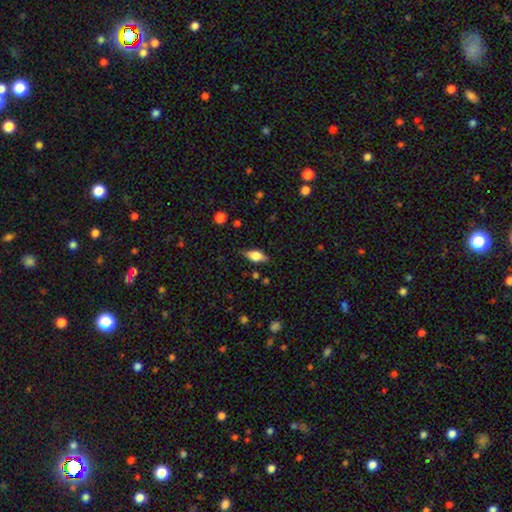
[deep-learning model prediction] Overall: smooth (64%; featured or disk 29%). How rounded: in between (81%). Merging: none (79%).